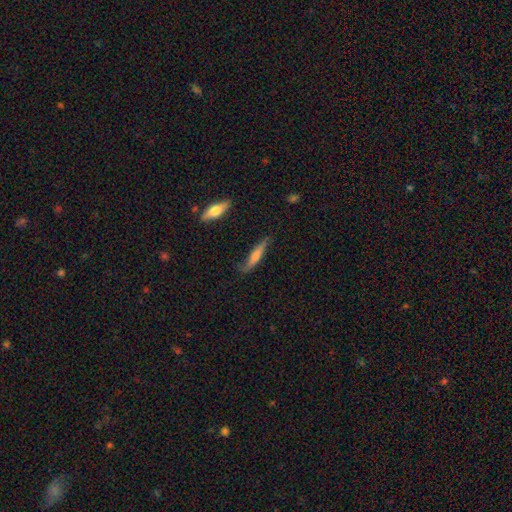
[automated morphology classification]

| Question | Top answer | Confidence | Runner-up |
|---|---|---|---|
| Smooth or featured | smooth | 48% | featured or disk (45%) |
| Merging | none | 71% | minor disturbance (22%) |